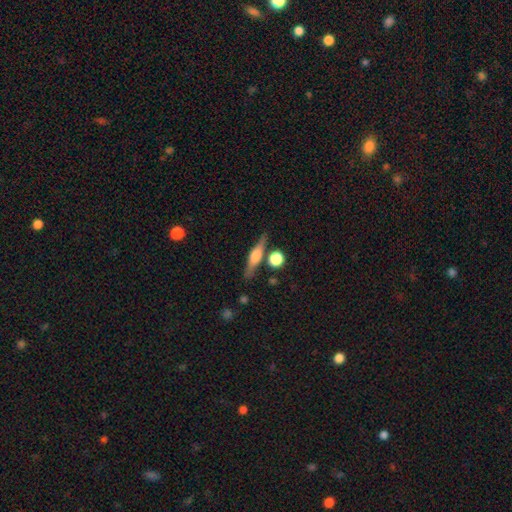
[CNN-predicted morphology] featured or disk 61%, smooth 31%, star or artifact 8%. Down the decision tree: edge-on disk — yes (95%); edge-on bulge — rounded (82%); merging — none (79%).